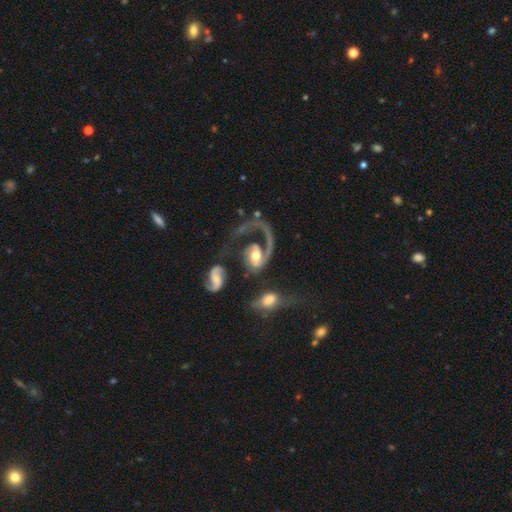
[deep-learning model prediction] Smooth or featured? featured or disk (82%)
Edge-on disk? no (97%)
Bar? no (57%)
Spiral arms? yes (91%)
Spiral winding? loose (48%)
Spiral arm count? 1 (74%)
Bulge size? moderate (65%)
Merging? major disturbance (43%)